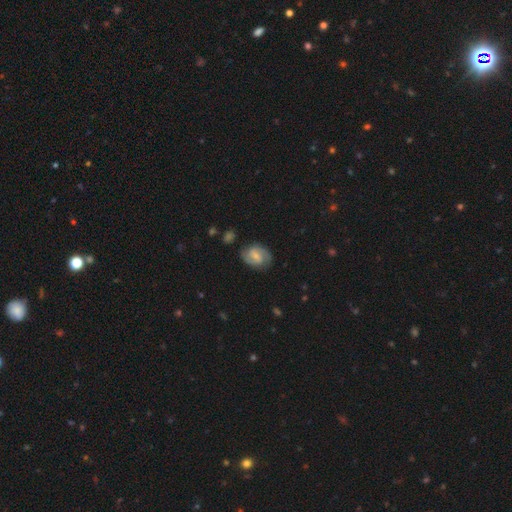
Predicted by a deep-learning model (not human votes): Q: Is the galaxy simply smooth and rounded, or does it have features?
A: featured or disk — 70%.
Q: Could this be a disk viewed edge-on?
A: no — 97%.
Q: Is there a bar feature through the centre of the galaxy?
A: weak — 54%.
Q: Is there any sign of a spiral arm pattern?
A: yes — 92%.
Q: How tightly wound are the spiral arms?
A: medium — 49%.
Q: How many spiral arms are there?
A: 2 — 86%.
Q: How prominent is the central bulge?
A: small — 54%.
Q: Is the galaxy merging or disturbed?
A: none — 78%.